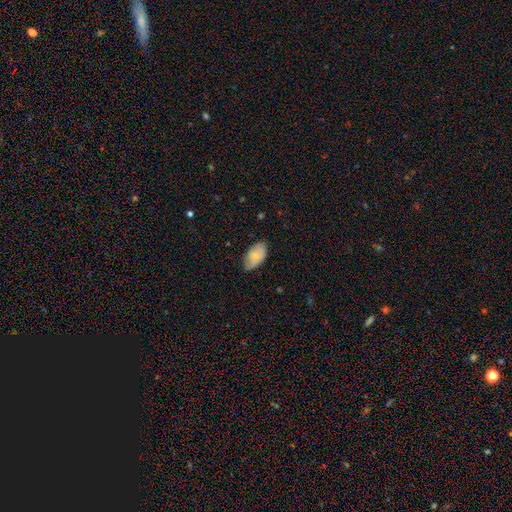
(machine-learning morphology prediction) smooth_or_featured: smooth (p=0.68) [alt: featured or disk p=0.26]
how_rounded: in between (p=0.93) [alt: round p=0.05]
merging: none (p=0.64) [alt: minor disturbance p=0.30]